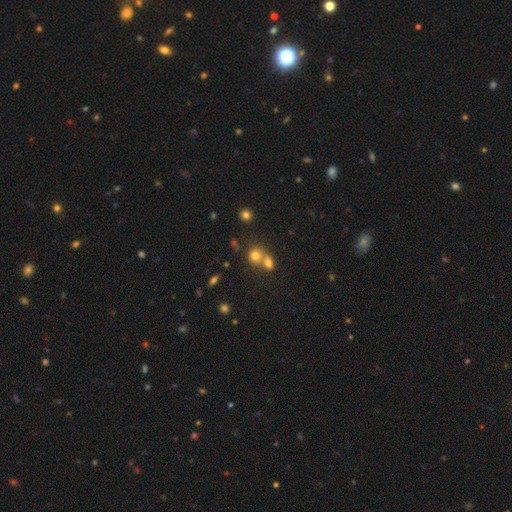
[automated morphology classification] Smooth or featured? smooth (73%)
How rounded? round (79%)
Merging? merger (57%)